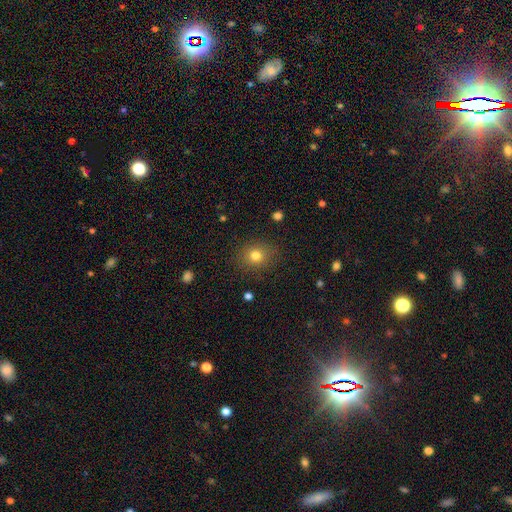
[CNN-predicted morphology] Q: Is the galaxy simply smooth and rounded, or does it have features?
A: smooth — 79%.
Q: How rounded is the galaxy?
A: round — 77%.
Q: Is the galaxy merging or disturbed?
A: none — 86%.